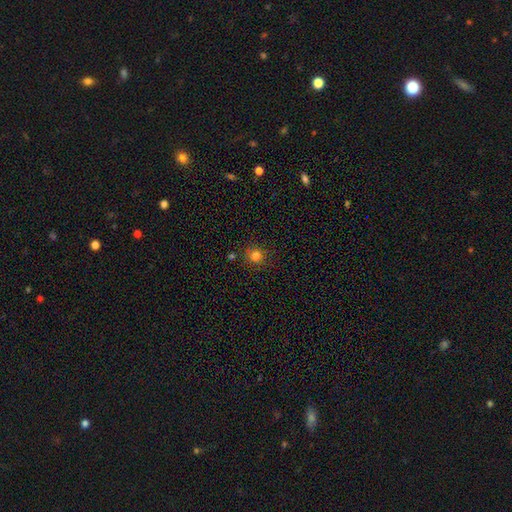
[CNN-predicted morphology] smooth-or-featured: smooth: 80% | star or artifact: 14% | featured or disk: 5%
  how-rounded: round: 91% | in between: 8% | cigar-shaped: 1%
  merging: none: 85% | minor disturbance: 9% | merger: 3% | major disturbance: 3%